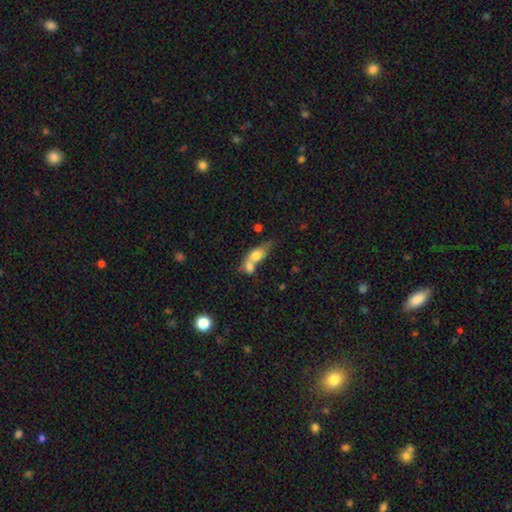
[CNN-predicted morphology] smooth_or_featured: smooth (p=0.68) [alt: featured or disk p=0.24]
how_rounded: in between (p=0.61) [alt: round p=0.23]
merging: merger (p=0.70) [alt: none p=0.17]